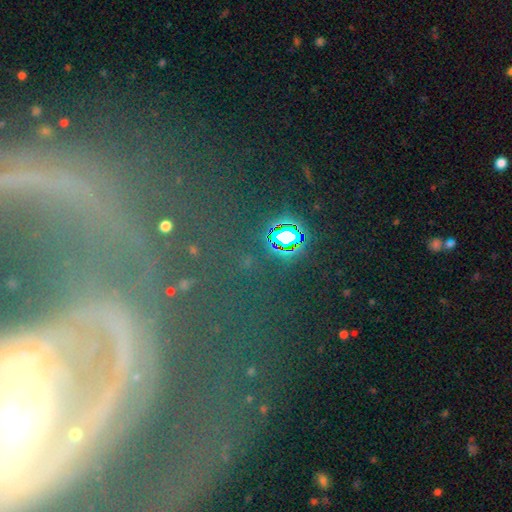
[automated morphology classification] Smooth or featured?
  - featured or disk: 63% *
  - star or artifact: 20%
  - smooth: 17%
Edge-on disk?
  - no: 85% *
  - yes: 15%
Bar?
  - strong: 43% *
  - no: 29%
  - weak: 28%
Spiral arms?
  - yes: 71% *
  - no: 29%
Bulge size?
  - moderate: 42% *
  - small: 32%
  - large: 13%
  - none: 6%
  - dominant: 6%
Merging?
  - none: 60% *
  - major disturbance: 17%
  - minor disturbance: 14%
  - merger: 9%